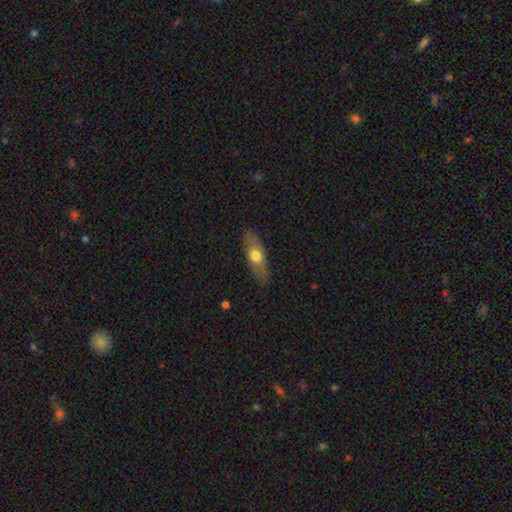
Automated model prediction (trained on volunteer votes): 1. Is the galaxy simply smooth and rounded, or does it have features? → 55% smooth, 39% featured or disk, 6% star or artifact.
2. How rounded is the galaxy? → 57% in between, 39% cigar-shaped, 4% round.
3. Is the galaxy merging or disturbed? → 83% none, 13% minor disturbance, 3% major disturbance, 1% merger.